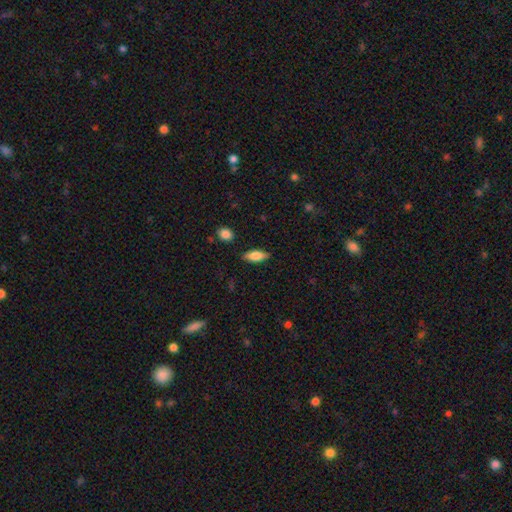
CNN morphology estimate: A smooth galaxy with no disk features (77%) that is in between round and cigar-shaped (75%).

Vote fractions:
- Smooth or featured? smooth: 77% / featured or disk: 17% / star or artifact: 7%
- How rounded? in between: 75% / cigar-shaped: 22% / round: 3%
- Merging? none: 84% / minor disturbance: 11% / major disturbance: 3% / merger: 2%